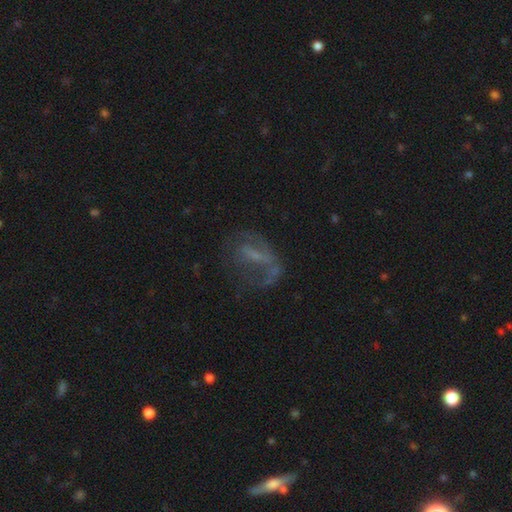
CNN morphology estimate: Overall: featured or disk (55%; smooth 27%). Edge-on disk: no (91%). Bar: no (44%; weak 34%). Spiral arms: no (59%; yes 41%). Bulge size: none (46%; small 36%). Merging: major disturbance (40%; none 37%).